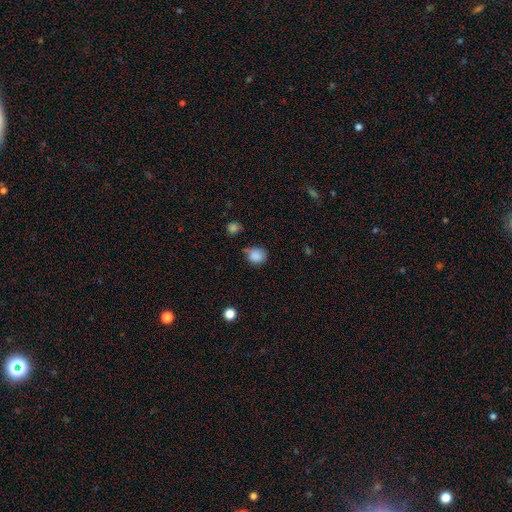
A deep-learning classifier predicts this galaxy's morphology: Smooth or featured? smooth (84%)
How rounded? round (67%)
Merging? none (55%)